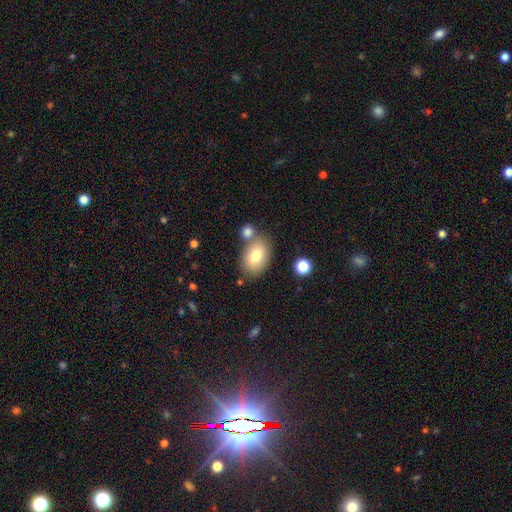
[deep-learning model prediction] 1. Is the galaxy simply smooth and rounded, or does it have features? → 76% smooth, 16% featured or disk, 8% star or artifact.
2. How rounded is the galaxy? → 86% in between, 13% round, 1% cigar-shaped.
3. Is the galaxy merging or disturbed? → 65% none, 17% merger, 14% minor disturbance, 4% major disturbance.